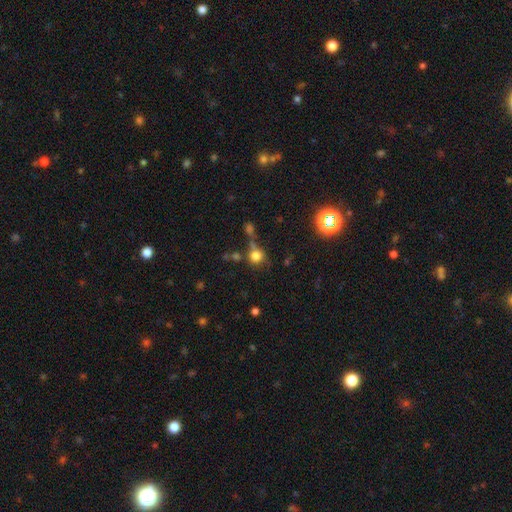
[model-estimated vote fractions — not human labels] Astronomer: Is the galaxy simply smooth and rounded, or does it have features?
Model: smooth — 76%.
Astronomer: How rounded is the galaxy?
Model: round — 87%.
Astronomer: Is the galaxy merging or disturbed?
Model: none — 55%.